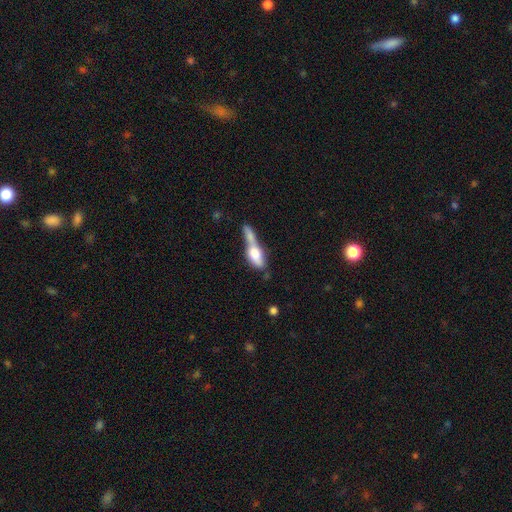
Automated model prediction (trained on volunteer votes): Smooth or featured? Predicted: smooth (p=0.68). How rounded? Predicted: in between (p=0.66). Merging? Predicted: merger (p=0.65).